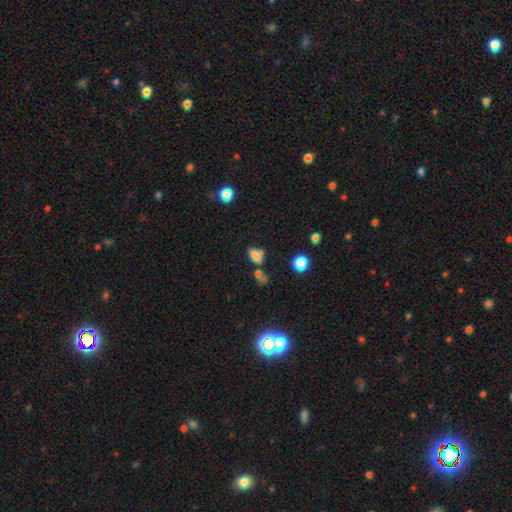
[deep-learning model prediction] A smooth galaxy with no disk features (72%) that is in between round and cigar-shaped (78%).

Vote fractions:
- Smooth or featured? smooth: 72% / star or artifact: 16% / featured or disk: 12%
- How rounded? in between: 78% / cigar-shaped: 12% / round: 10%
- Merging? none: 51% / merger: 22% / minor disturbance: 18% / major disturbance: 8%